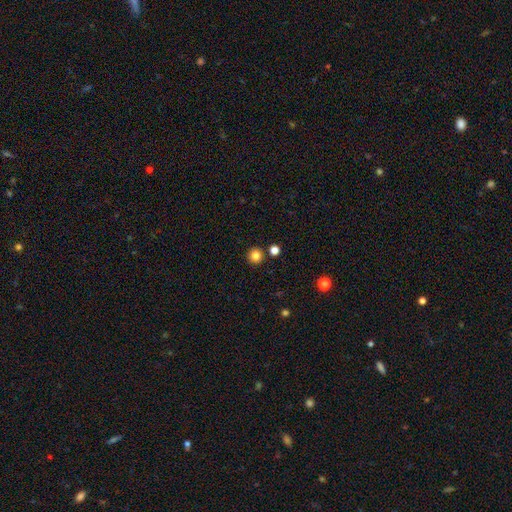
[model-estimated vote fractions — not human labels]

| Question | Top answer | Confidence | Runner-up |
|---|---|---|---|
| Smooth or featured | smooth | 83% | star or artifact (13%) |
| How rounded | round | 95% | in between (4%) |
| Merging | none | 89% | minor disturbance (5%) |